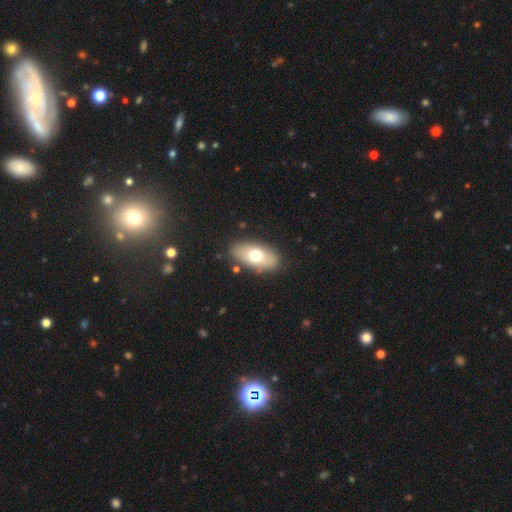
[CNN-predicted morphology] Smooth or featured? Predicted: smooth (p=0.67). How rounded? Predicted: in between (p=0.90). Merging? Predicted: none (p=0.85).